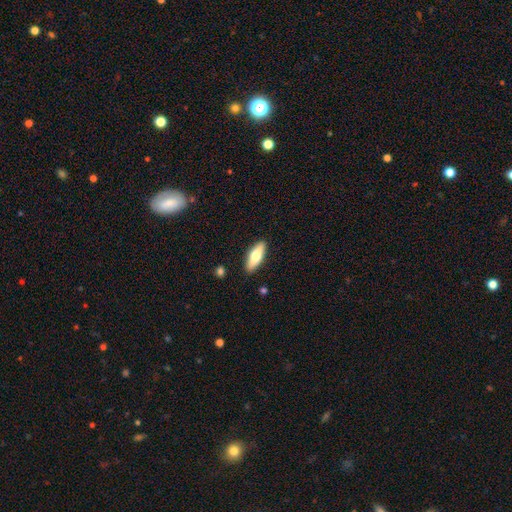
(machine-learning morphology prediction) Overall: smooth (66%; featured or disk 28%). How rounded: in between (66%; cigar-shaped 31%). Merging: none (89%).